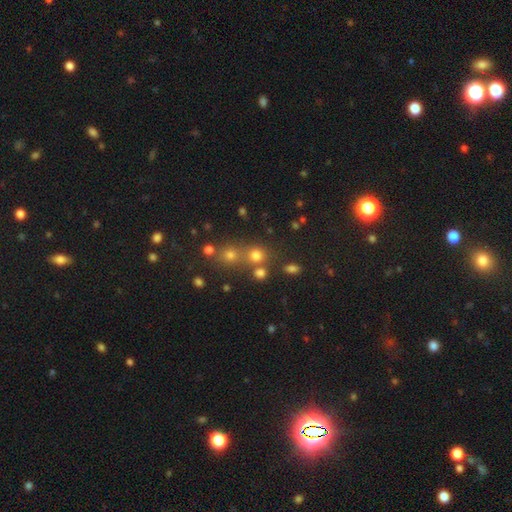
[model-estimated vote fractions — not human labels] A smooth galaxy with no disk features (62%) that is round (87%). Merging: none (61%).